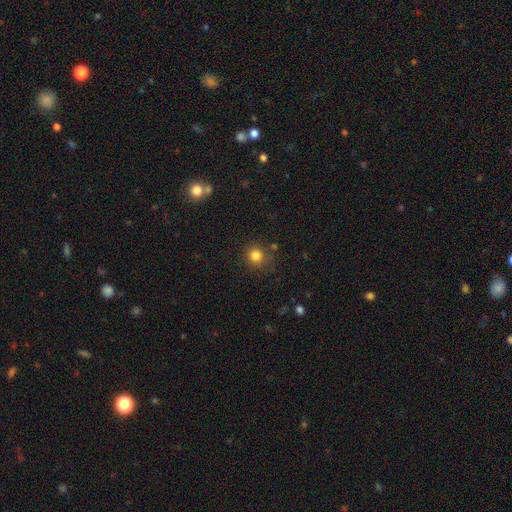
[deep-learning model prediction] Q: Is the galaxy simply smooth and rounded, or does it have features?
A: smooth — 81%.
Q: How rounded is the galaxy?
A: round — 89%.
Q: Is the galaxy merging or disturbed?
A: none — 80%.